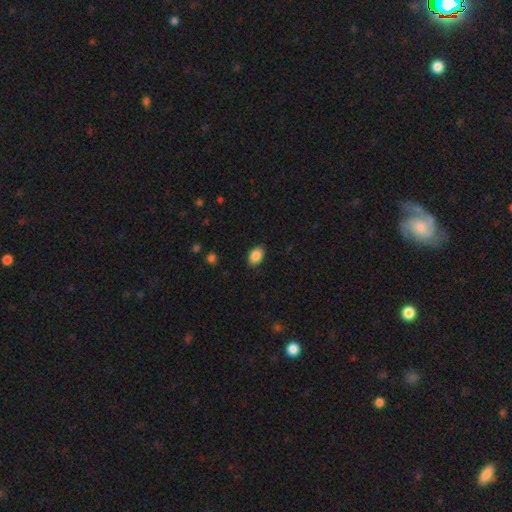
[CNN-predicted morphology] A smooth galaxy with no disk features (88%) that is in between round and cigar-shaped (85%).

Vote fractions:
- Smooth or featured? smooth: 88% / star or artifact: 8% / featured or disk: 4%
- How rounded? in between: 85% / round: 14% / cigar-shaped: 1%
- Merging? none: 87% / minor disturbance: 10% / major disturbance: 2% / merger: 1%